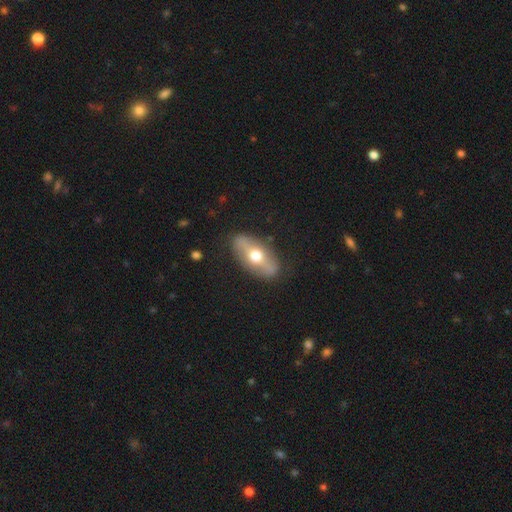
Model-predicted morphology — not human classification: Overall: featured or disk (55%; smooth 40%). Edge-on disk: no (65%; yes 35%). Merging: none (84%).